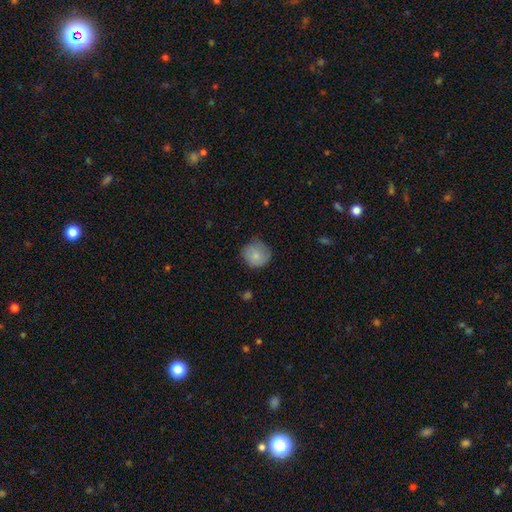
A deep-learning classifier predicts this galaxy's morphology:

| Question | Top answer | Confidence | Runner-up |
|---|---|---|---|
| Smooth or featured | smooth | 79% | featured or disk (13%) |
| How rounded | round | 88% | in between (11%) |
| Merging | none | 67% | minor disturbance (26%) |